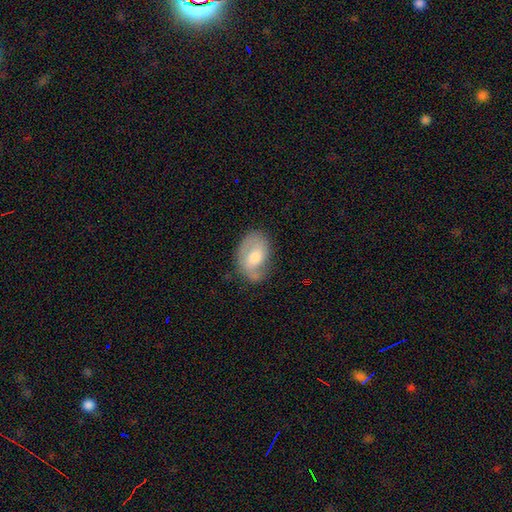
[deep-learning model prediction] smooth_or_featured: featured or disk (p=0.56) [alt: smooth p=0.37]
disk_edge_on: no (p=0.96) [alt: yes p=0.04]
bar: no (p=0.47) [alt: weak p=0.43]
has_spiral_arms: yes (p=0.79) [alt: no p=0.21]
bulge_size: moderate (p=0.63) [alt: small p=0.19]
merging: none (p=0.64) [alt: minor disturbance p=0.25]